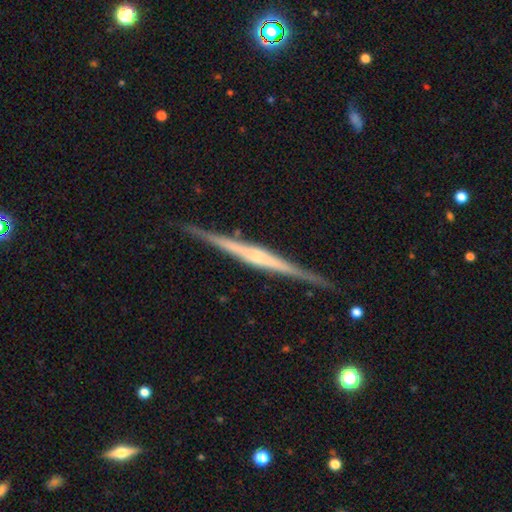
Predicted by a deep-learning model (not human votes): Q: Smooth or featured?
A: featured or disk (80%); runner-up: smooth (14%)
Q: Edge-on disk?
A: yes (98%); runner-up: no (2%)
Q: Edge-on bulge?
A: rounded (45%); runner-up: none (30%)
Q: Merging?
A: none (89%); runner-up: minor disturbance (8%)